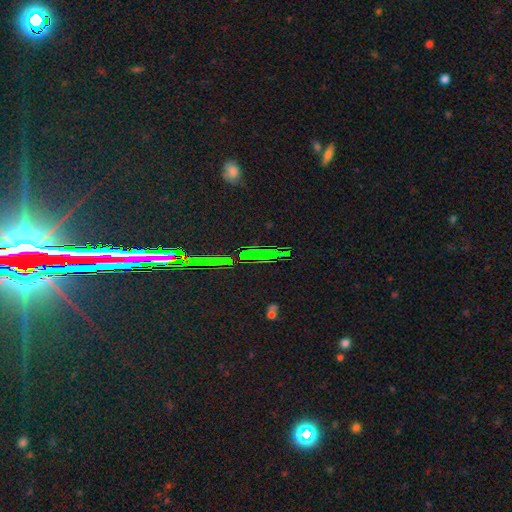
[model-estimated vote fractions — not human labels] This is likely a star or artifact rather than a galaxy (77%).